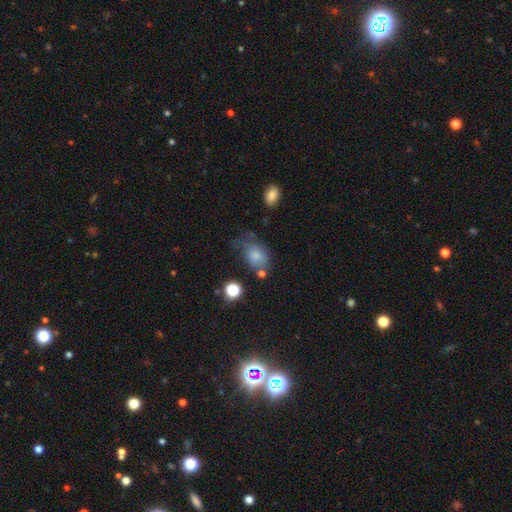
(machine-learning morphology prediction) smooth_or_featured: smooth (p=0.72) [alt: featured or disk p=0.17]
how_rounded: in between (p=0.76) [alt: round p=0.23]
merging: none (p=0.36) [alt: minor disturbance p=0.32]